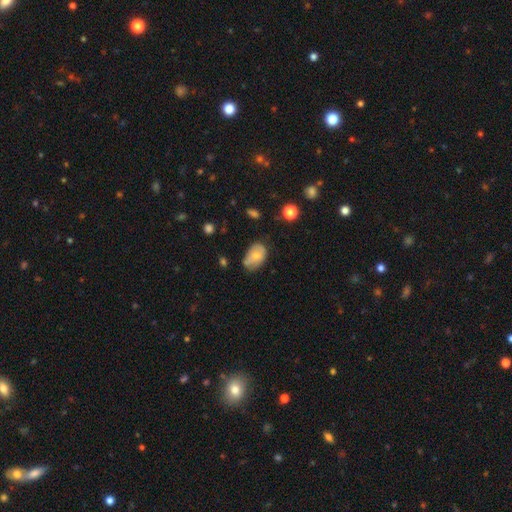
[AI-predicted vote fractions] This is likely a smooth galaxy (68%). How rounded: clearly in between (86%). Merging: possibly none (49%).